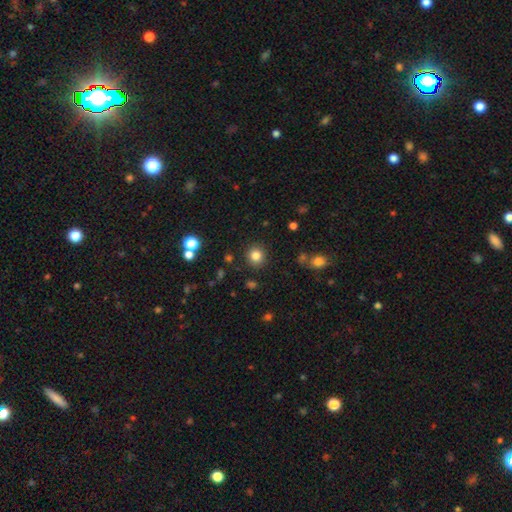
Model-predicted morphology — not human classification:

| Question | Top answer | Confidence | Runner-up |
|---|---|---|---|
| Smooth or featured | smooth | 83% | star or artifact (12%) |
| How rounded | round | 91% | in between (8%) |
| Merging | none | 89% | minor disturbance (7%) |